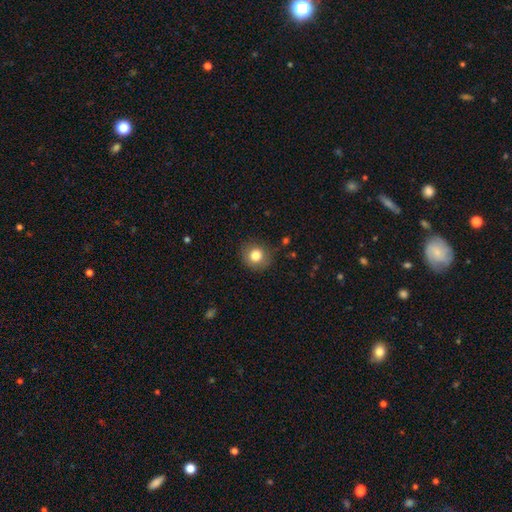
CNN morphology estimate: Smooth or featured?
  - smooth: 82% *
  - star or artifact: 10%
  - featured or disk: 8%
How rounded?
  - round: 89% *
  - in between: 10%
  - cigar-shaped: 1%
Merging?
  - none: 85% *
  - minor disturbance: 11%
  - major disturbance: 3%
  - merger: 1%